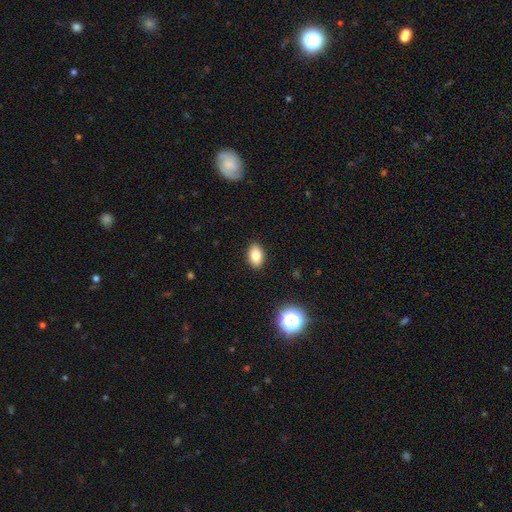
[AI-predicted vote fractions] Smooth or featured?
  - smooth: 83% *
  - star or artifact: 10%
  - featured or disk: 8%
How rounded?
  - in between: 88% *
  - round: 11%
  - cigar-shaped: 2%
Merging?
  - none: 90% *
  - minor disturbance: 7%
  - major disturbance: 2%
  - merger: 1%